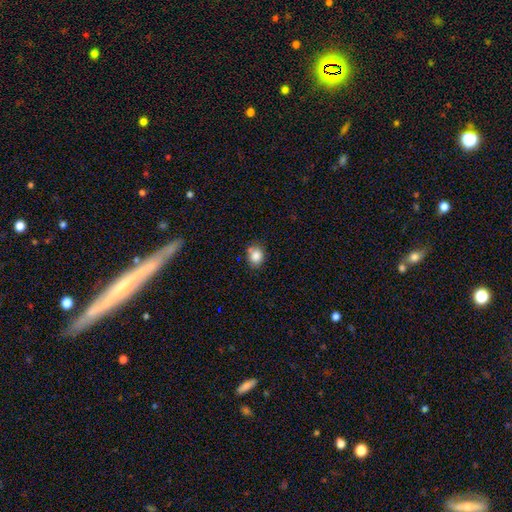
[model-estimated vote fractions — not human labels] Morphology: type=smooth (84%); roundness=round (59%); merging=none (73%).